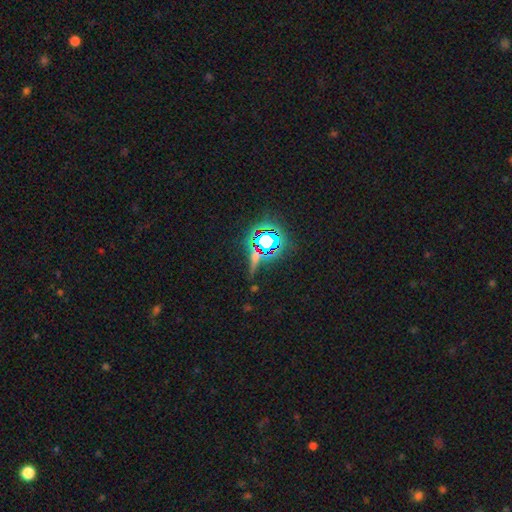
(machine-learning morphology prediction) smooth_or_featured: star or artifact (p=0.63) [alt: smooth p=0.21]